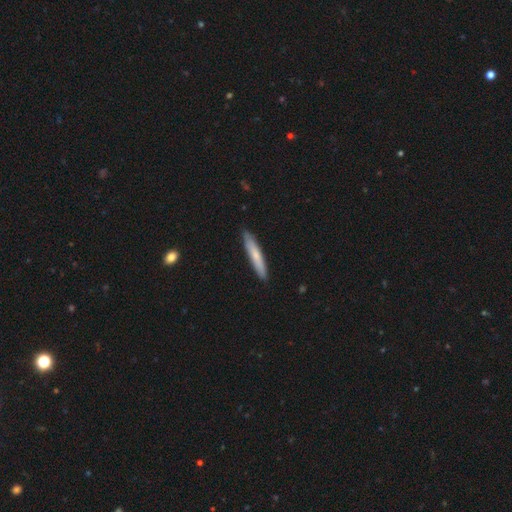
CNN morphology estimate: Smooth or featured: smooth — 69% (featured or disk — 26%)
How rounded: cigar-shaped — 93% (in between — 6%)
Merging: none — 88% (minor disturbance — 9%)